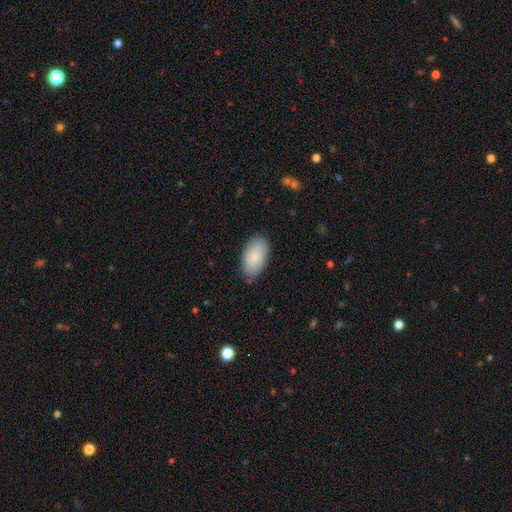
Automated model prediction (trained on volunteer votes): smooth 88%, featured or disk 6%, star or artifact 6%. Down the decision tree: how rounded — in between (95%); merging — none (83%).